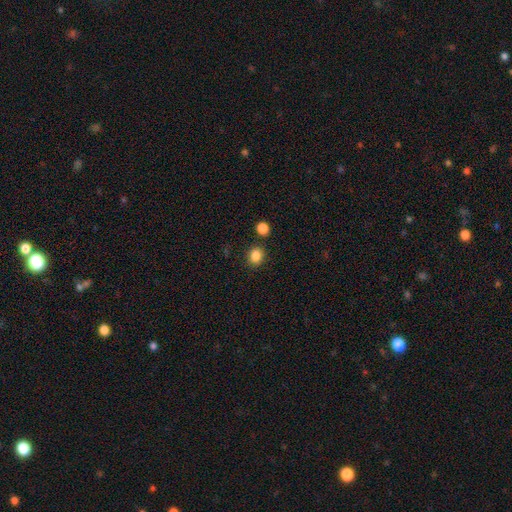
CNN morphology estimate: The model was most divided on "how rounded": round: 70%, in between: 29%, cigar-shaped: 1%. More confident: smooth or featured — smooth (86%); merging — none (83%).